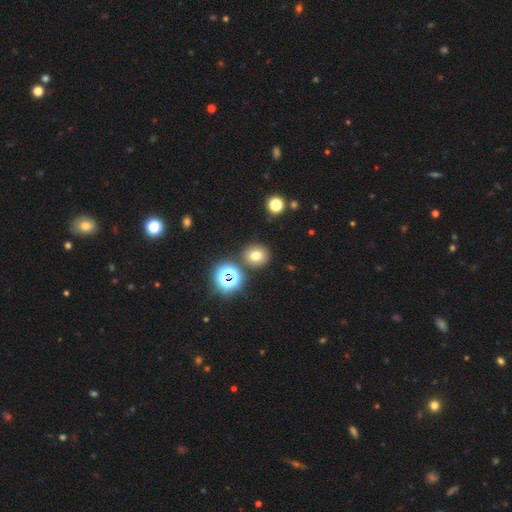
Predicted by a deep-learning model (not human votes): This appears to be a smooth galaxy with no disk features (71%) that is round (79%). Merging: none (83%).